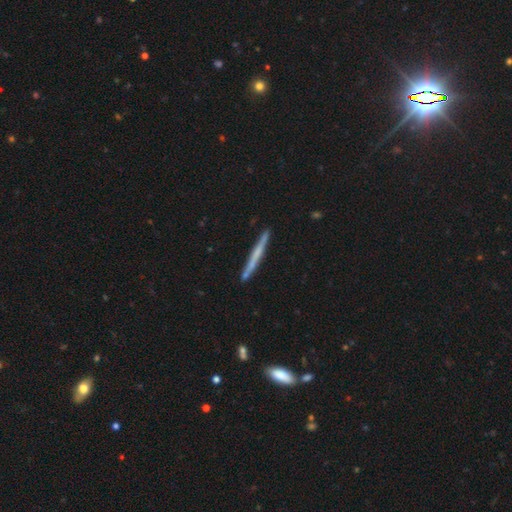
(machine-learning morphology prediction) featured or disk 50%, smooth 44%, star or artifact 6%. Down the decision tree: merging — none (89%).